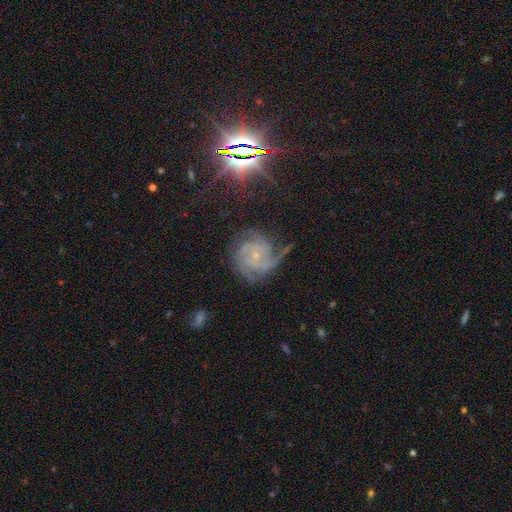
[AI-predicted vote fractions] Q: Smooth or featured?
A: featured or disk (83%); runner-up: star or artifact (10%)
Q: Edge-on disk?
A: no (98%); runner-up: yes (2%)
Q: Bar?
A: no (74%); runner-up: weak (21%)
Q: Spiral arms?
A: yes (97%); runner-up: no (3%)
Q: Spiral winding?
A: tight (54%); runner-up: medium (37%)
Q: Spiral arm count?
A: 3 (39%); runner-up: 2 (20%)
Q: Bulge size?
A: small (79%); runner-up: moderate (16%)
Q: Merging?
A: none (59%); runner-up: minor disturbance (23%)